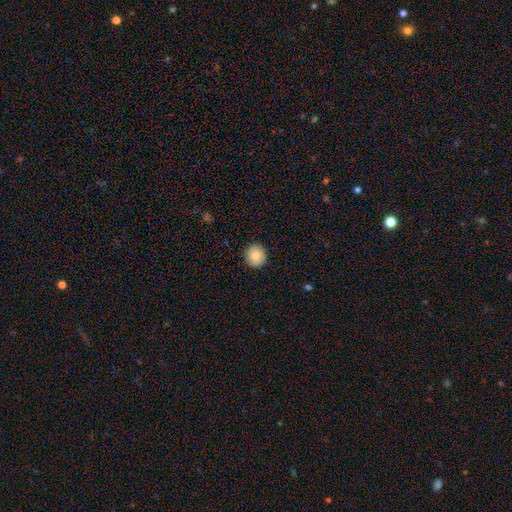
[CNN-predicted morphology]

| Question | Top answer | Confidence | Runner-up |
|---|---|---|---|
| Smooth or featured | smooth | 83% | featured or disk (9%) |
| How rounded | round | 92% | in between (7%) |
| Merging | none | 90% | minor disturbance (7%) |